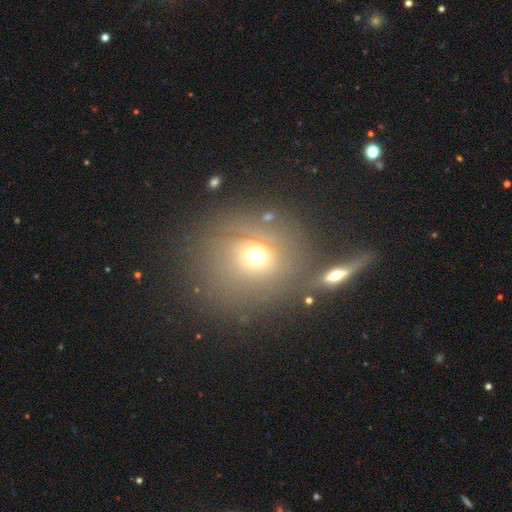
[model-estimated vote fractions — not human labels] smooth-or-featured: smooth: 60% | featured or disk: 21% | star or artifact: 19%
  how-rounded: round: 68% | in between: 30% | cigar-shaped: 2%
  merging: none: 60% | merger: 16% | minor disturbance: 13% | major disturbance: 10%